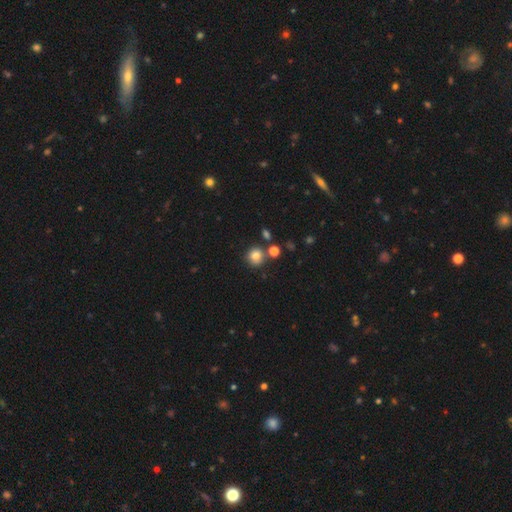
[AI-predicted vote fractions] Smooth or featured: smooth — 81% (star or artifact — 12%)
How rounded: round — 89% (in between — 10%)
Merging: none — 75% (merger — 12%)